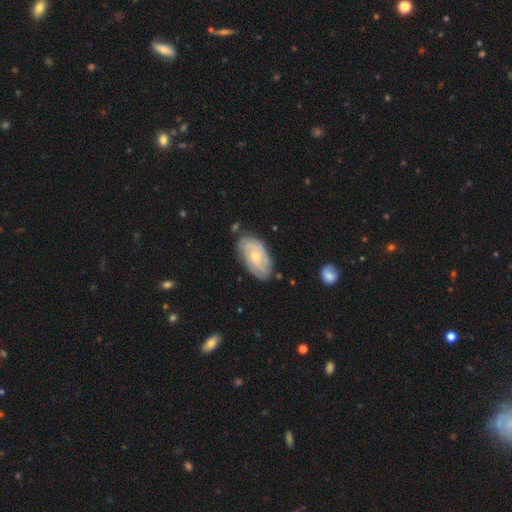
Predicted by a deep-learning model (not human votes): smooth_or_featured: featured or disk (p=0.59) [alt: smooth p=0.35]
disk_edge_on: no (p=0.94) [alt: yes p=0.06]
bar: no (p=0.78) [alt: weak p=0.19]
has_spiral_arms: yes (p=0.78) [alt: no p=0.22]
bulge_size: small (p=0.59) [alt: moderate p=0.37]
merging: none (p=0.73) [alt: minor disturbance p=0.20]